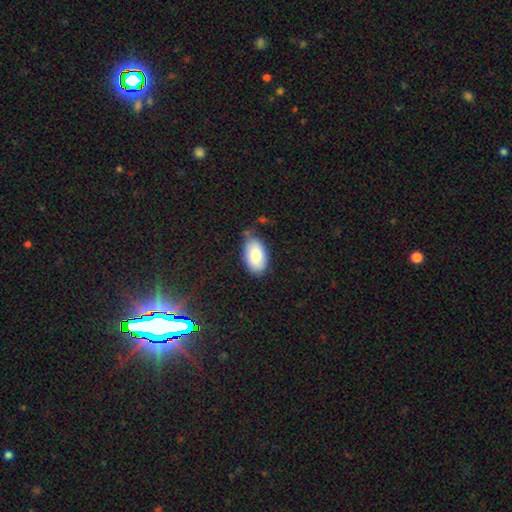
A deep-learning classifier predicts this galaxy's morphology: smooth_or_featured: smooth (p=0.84) [alt: featured or disk p=0.09]
how_rounded: in between (p=0.95) [alt: round p=0.04]
merging: none (p=0.69) [alt: minor disturbance p=0.23]